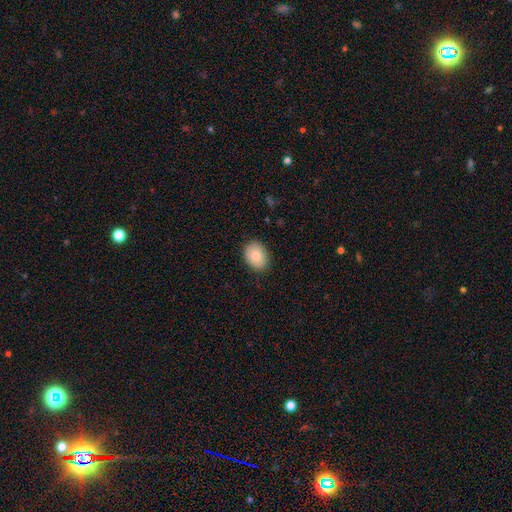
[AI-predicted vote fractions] Q: Smooth or featured?
A: smooth (83%); runner-up: featured or disk (9%)
Q: How rounded?
A: in between (69%); runner-up: round (30%)
Q: Merging?
A: none (86%); runner-up: minor disturbance (11%)